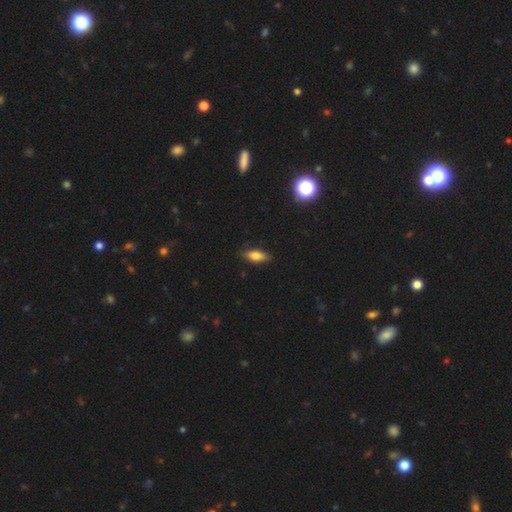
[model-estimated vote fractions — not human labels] A smooth galaxy with no disk features (69%) that is in between round and cigar-shaped (73%). Merging: none (83%).